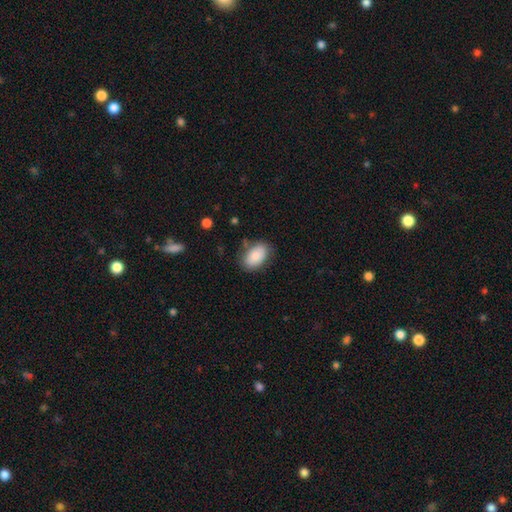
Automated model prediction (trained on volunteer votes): Smooth or featured? Predicted: smooth (p=0.85). How rounded? Predicted: in between (p=0.91). Merging? Predicted: none (p=0.76).